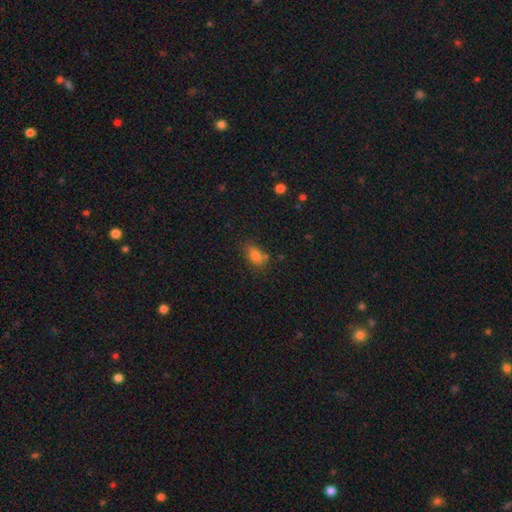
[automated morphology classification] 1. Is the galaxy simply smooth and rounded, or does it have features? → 80% smooth, 11% star or artifact, 10% featured or disk.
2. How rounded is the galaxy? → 79% in between, 19% round, 3% cigar-shaped.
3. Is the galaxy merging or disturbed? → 58% none, 25% minor disturbance, 10% merger, 7% major disturbance.